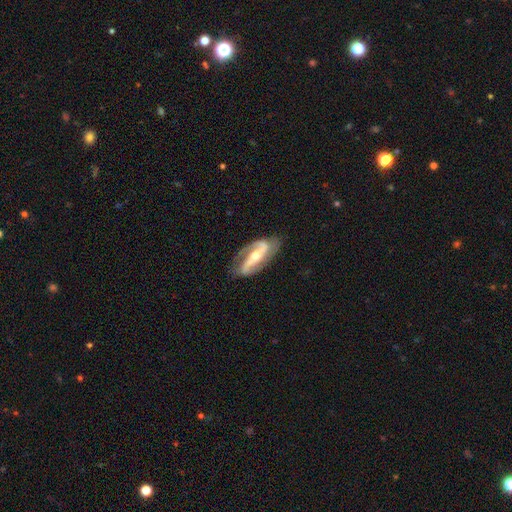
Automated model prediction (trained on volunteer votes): The model was most divided on "spiral winding": medium: 45%, loose: 33%, tight: 22%. More confident: spiral arms — yes (96%); edge-on disk — no (93%); spiral arm count — 2 (91%); smooth or featured — featured or disk (89%); merging — none (78%); bulge size — moderate (61%); bar — strong (55%).